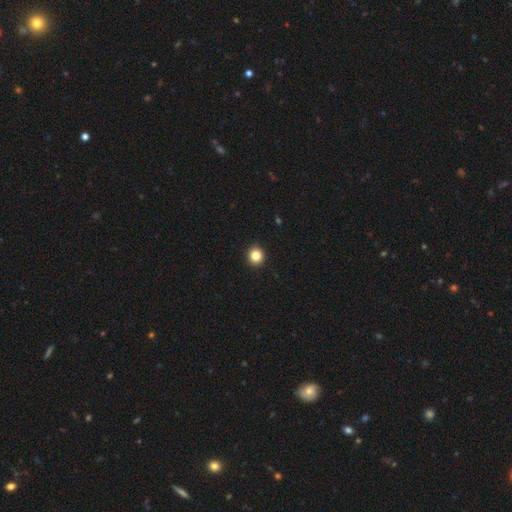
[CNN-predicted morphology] Smooth or featured? smooth (84%)
How rounded? round (90%)
Merging? none (93%)